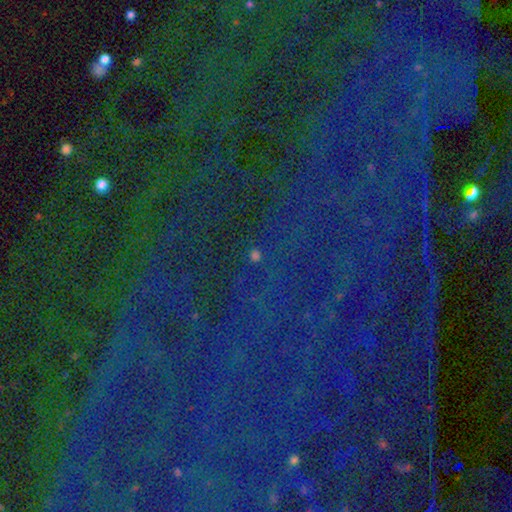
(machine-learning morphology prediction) Smooth or featured: star or artifact — 74% (smooth — 18%)